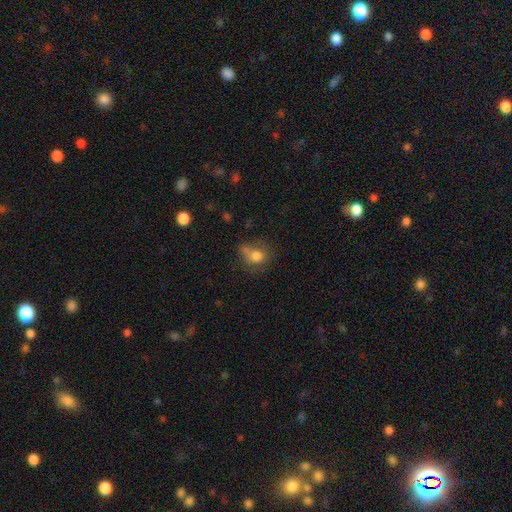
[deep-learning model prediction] Overall: smooth (75%). How rounded: round (64%; in between 35%). Merging: none (44%; minor disturbance 27%).